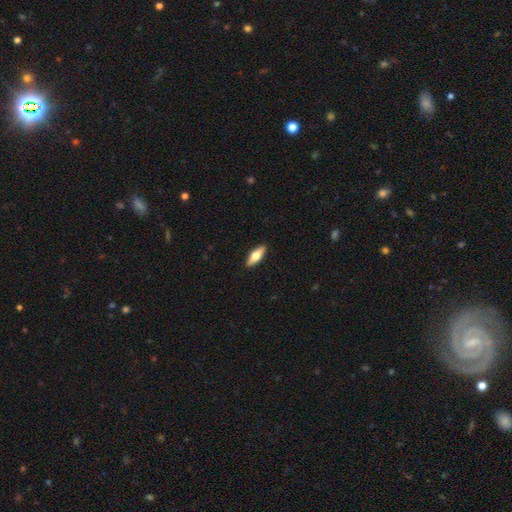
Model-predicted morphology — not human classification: Smooth or featured? Predicted: smooth (p=0.62). How rounded? Predicted: in between (p=0.63). Merging? Predicted: none (p=0.91).